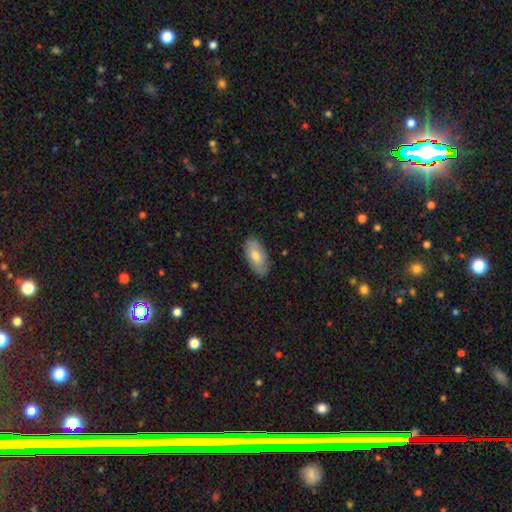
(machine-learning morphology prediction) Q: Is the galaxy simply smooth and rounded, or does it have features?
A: smooth — 63%.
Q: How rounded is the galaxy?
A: in between — 91%.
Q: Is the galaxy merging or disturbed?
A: none — 83%.